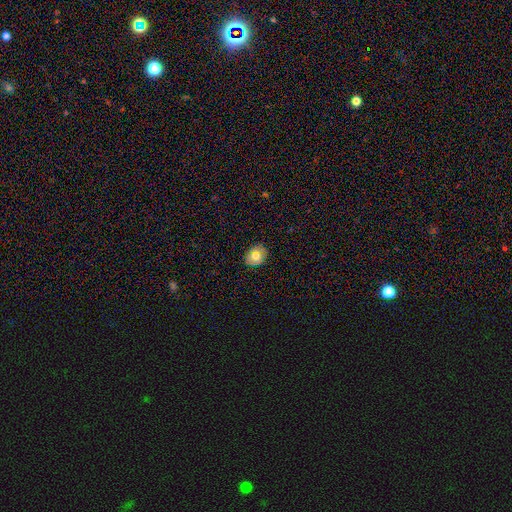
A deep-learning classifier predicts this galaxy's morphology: smooth_or_featured: smooth (p=0.72) [alt: featured or disk p=0.18]
how_rounded: in between (p=0.52) [alt: round p=0.47]
merging: none (p=0.85) [alt: minor disturbance p=0.12]